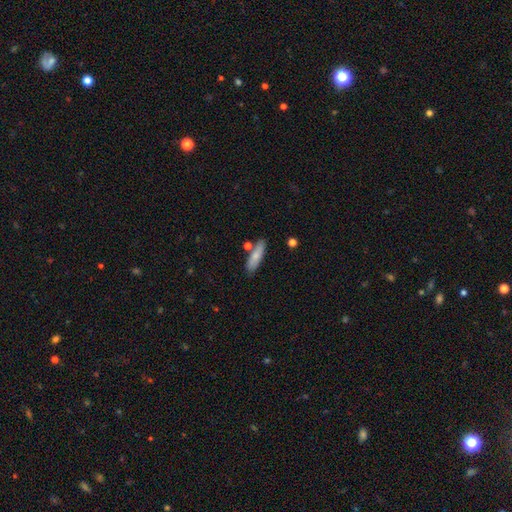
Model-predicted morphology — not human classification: This appears to be a smooth galaxy with no disk features (77%) that is cigar-shaped (59%). Merging: none (77%).